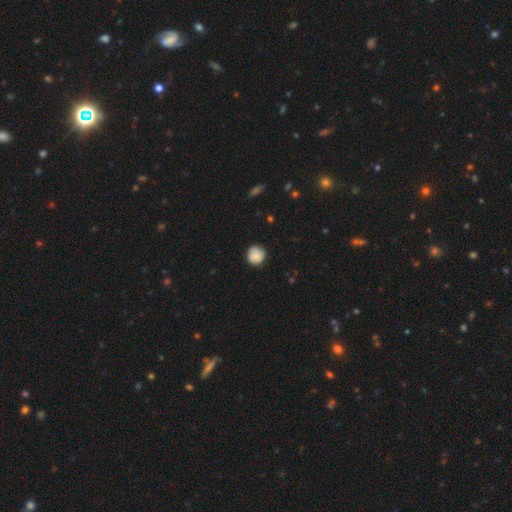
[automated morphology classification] Smooth or featured?
  - smooth: 80% *
  - featured or disk: 13%
  - star or artifact: 7%
How rounded?
  - round: 93% *
  - in between: 6%
  - cigar-shaped: 1%
Merging?
  - none: 83% *
  - minor disturbance: 14%
  - major disturbance: 2%
  - merger: 1%